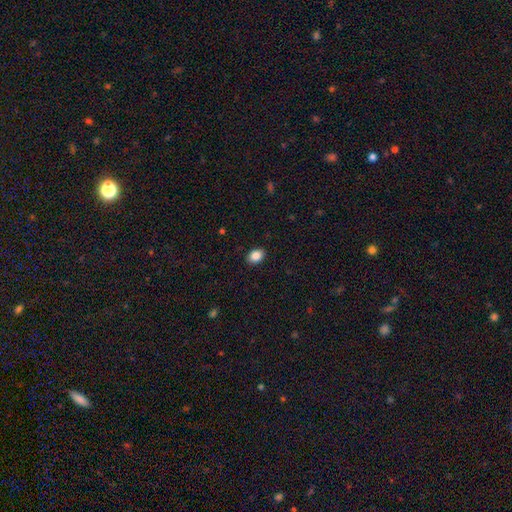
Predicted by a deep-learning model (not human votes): Overall: smooth (88%). How rounded: in between (70%). Merging: none (90%).